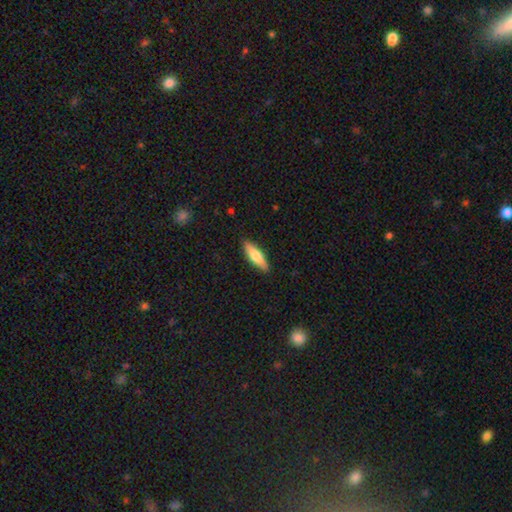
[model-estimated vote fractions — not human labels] Morphology: type=smooth (65%); roundness=cigar-shaped (61%); merging=none (89%).